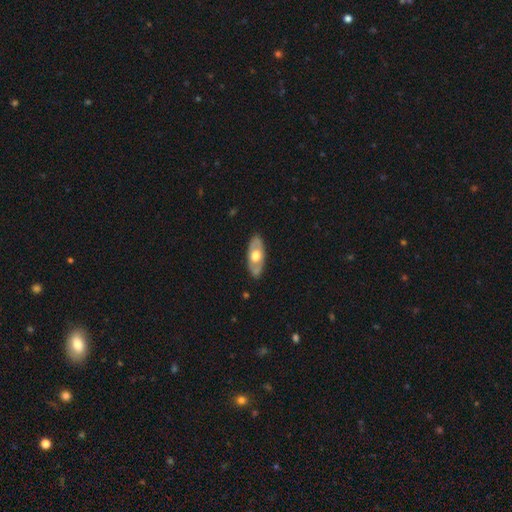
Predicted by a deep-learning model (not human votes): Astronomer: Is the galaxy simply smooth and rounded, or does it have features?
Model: featured or disk — 52% (runner-up: smooth, 44%).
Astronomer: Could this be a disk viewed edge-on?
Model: no — 74%.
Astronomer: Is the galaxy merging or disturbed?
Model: none — 84%.